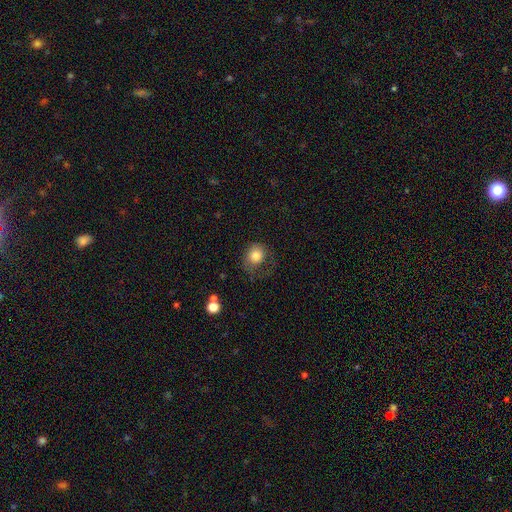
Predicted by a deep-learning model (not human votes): This appears to be a smooth galaxy with no disk features (79%) that is round (70%). Merging: none (43%).